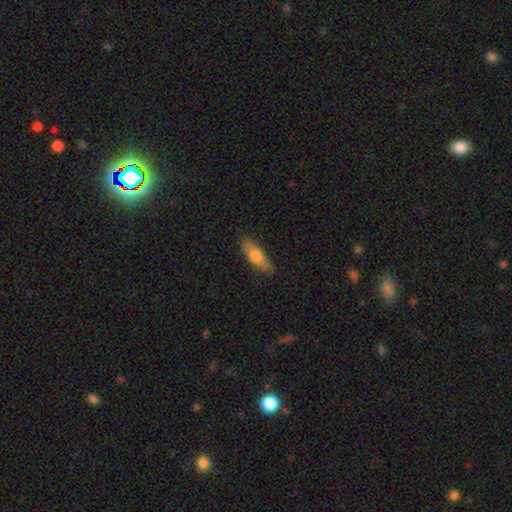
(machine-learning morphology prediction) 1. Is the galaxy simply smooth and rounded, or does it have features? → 72% smooth, 22% featured or disk, 6% star or artifact.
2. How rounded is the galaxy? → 61% in between, 36% cigar-shaped, 3% round.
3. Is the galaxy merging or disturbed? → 80% none, 15% minor disturbance, 3% major disturbance, 1% merger.